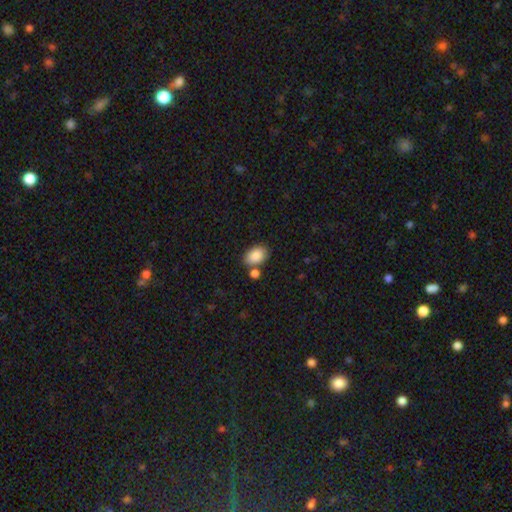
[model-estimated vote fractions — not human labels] A smooth galaxy with no disk features (88%) that is in between round and cigar-shaped (85%). Merging: none (69%).